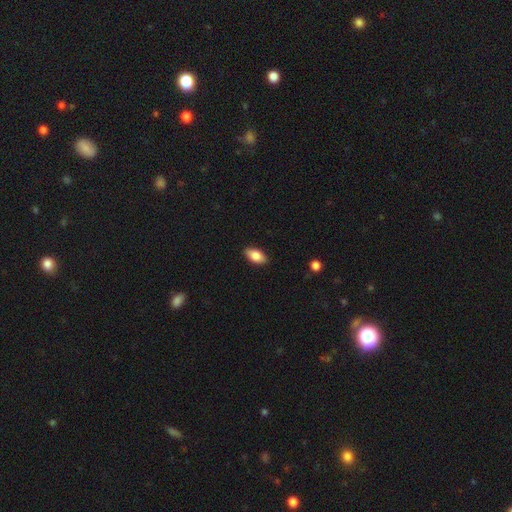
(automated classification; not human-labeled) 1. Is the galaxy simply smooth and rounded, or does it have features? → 83% smooth, 10% featured or disk, 7% star or artifact.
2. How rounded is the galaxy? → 91% in between, 6% cigar-shaped, 3% round.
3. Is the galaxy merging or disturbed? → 89% none, 8% minor disturbance, 2% major disturbance, 1% merger.